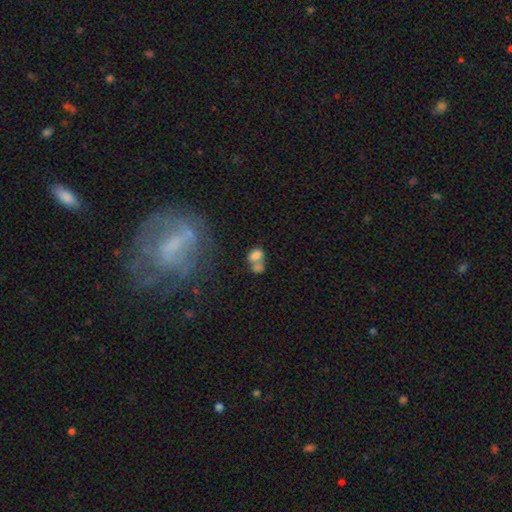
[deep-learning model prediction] The model was most divided on "merging": merger: 57%, none: 24%, minor disturbance: 11%, major disturbance: 8%. More confident: smooth or featured — smooth (73%); how rounded — in between (70%).